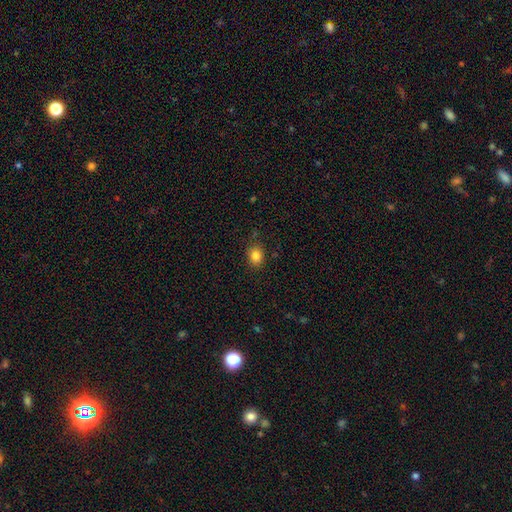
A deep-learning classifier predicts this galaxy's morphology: Q: Smooth or featured?
A: smooth (83%); runner-up: star or artifact (11%)
Q: How rounded?
A: round (51%); runner-up: in between (48%)
Q: Merging?
A: none (86%); runner-up: minor disturbance (10%)